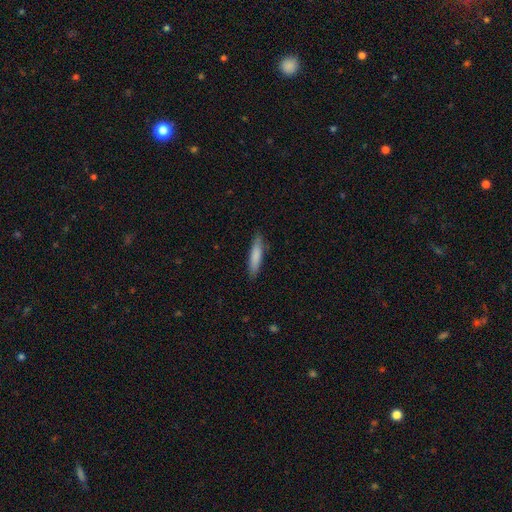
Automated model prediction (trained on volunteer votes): smooth-or-featured: smooth: 81% | featured or disk: 13% | star or artifact: 6%
  how-rounded: cigar-shaped: 81% | in between: 17% | round: 1%
  merging: none: 84% | minor disturbance: 12% | major disturbance: 2% | merger: 1%